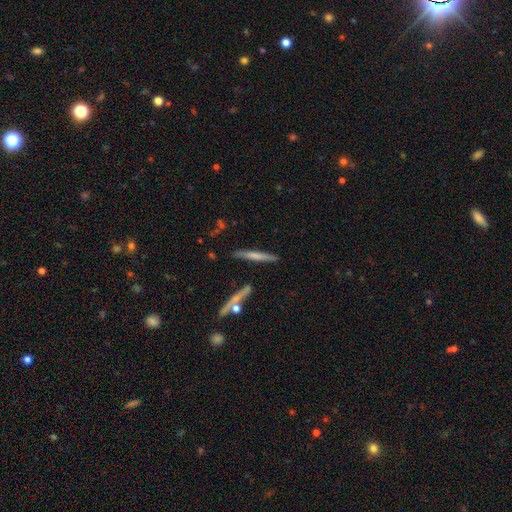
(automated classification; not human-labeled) smooth-or-featured: smooth: 56% | featured or disk: 38% | star or artifact: 6%
  how-rounded: cigar-shaped: 94% | in between: 4% | round: 2%
  merging: none: 81% | minor disturbance: 11% | merger: 5% | major disturbance: 3%